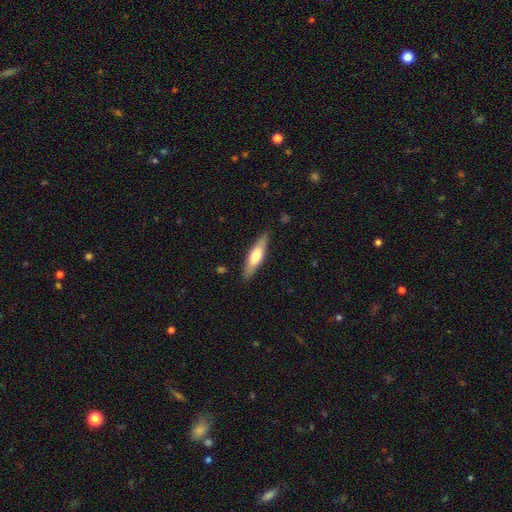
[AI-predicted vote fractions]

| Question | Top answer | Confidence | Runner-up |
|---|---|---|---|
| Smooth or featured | smooth | 56% | featured or disk (39%) |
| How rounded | cigar-shaped | 70% | in between (29%) |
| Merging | none | 87% | minor disturbance (10%) |